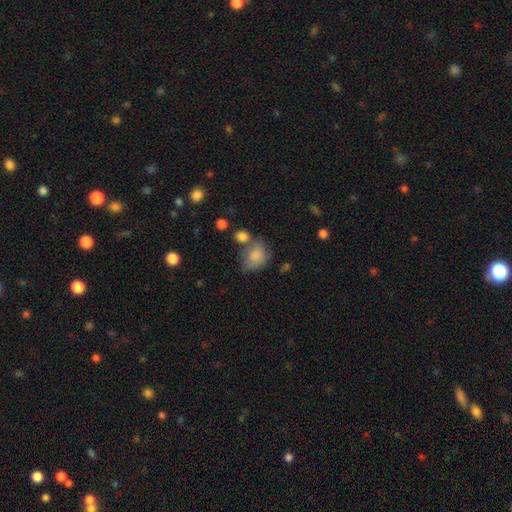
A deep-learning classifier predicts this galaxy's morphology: Q: Smooth or featured?
A: smooth (79%); runner-up: featured or disk (13%)
Q: How rounded?
A: in between (58%); runner-up: round (41%)
Q: Merging?
A: none (40%); runner-up: minor disturbance (25%)